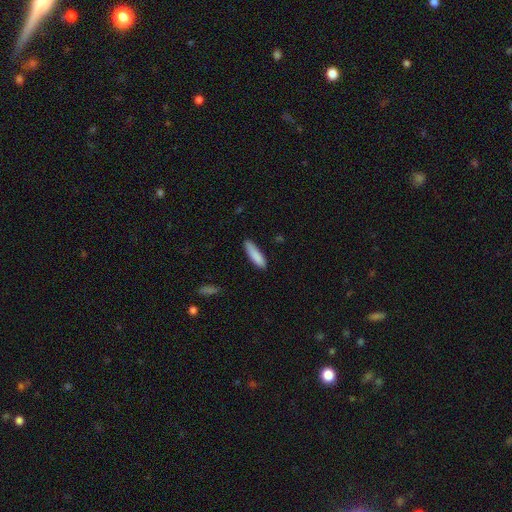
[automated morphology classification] smooth 87%, featured or disk 7%, star or artifact 6%. Down the decision tree: how rounded — cigar-shaped (70%); merging — none (81%).